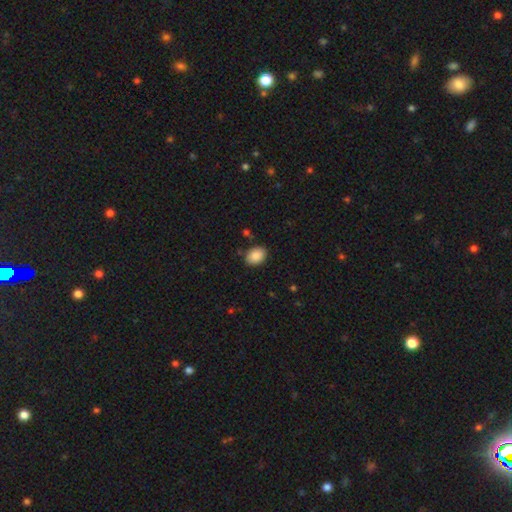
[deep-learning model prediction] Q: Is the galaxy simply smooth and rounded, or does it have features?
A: smooth — 88%.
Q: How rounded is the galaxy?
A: in between — 77%.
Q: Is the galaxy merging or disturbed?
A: none — 86%.